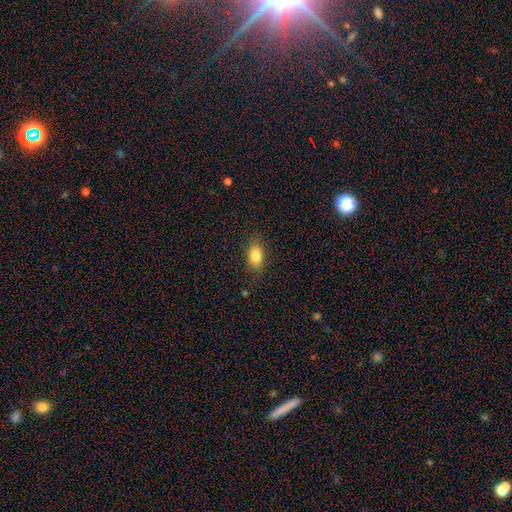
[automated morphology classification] A smooth galaxy with no disk features (85%) that is in between round and cigar-shaped (88%). Merging: none (83%).